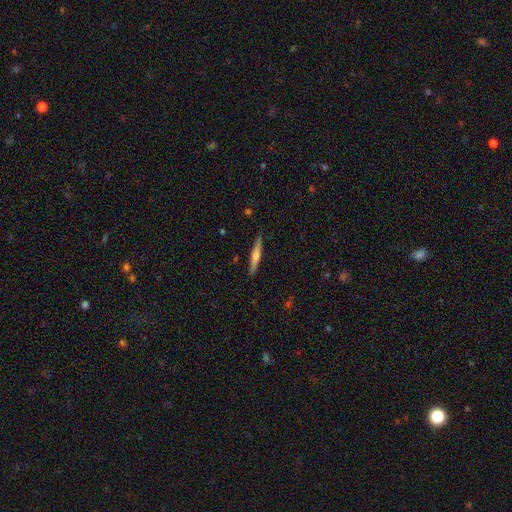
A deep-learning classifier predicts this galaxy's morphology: type=featured or disk (50%); merging=none (90%).